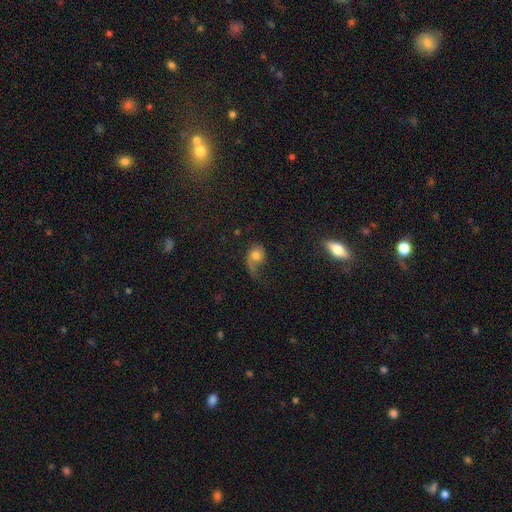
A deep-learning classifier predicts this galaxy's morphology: A smooth galaxy with no disk features (51%) that is in between round and cigar-shaped (52%).

Vote fractions:
- Smooth or featured? smooth: 51% / featured or disk: 39% / star or artifact: 10%
- How rounded? in between: 52% / round: 47% / cigar-shaped: 2%
- Merging? major disturbance: 45% / none: 28% / minor disturbance: 23% / merger: 4%